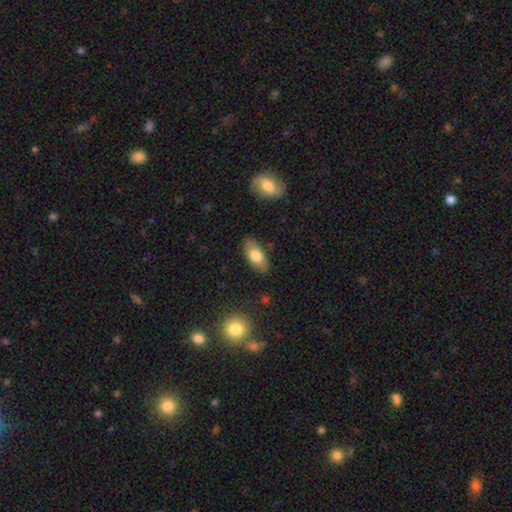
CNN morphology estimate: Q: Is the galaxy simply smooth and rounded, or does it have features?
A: smooth — 75%.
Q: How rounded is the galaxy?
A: in between — 89%.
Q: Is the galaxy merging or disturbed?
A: none — 85%.